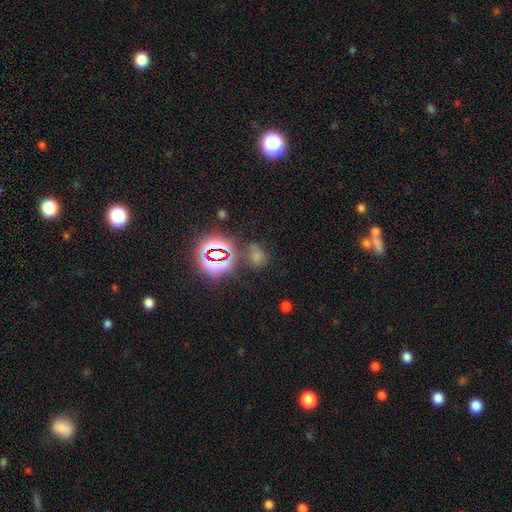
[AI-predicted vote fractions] This is possibly a smooth galaxy (50%). How rounded: possibly round (53%). Merging: likely none (60%).